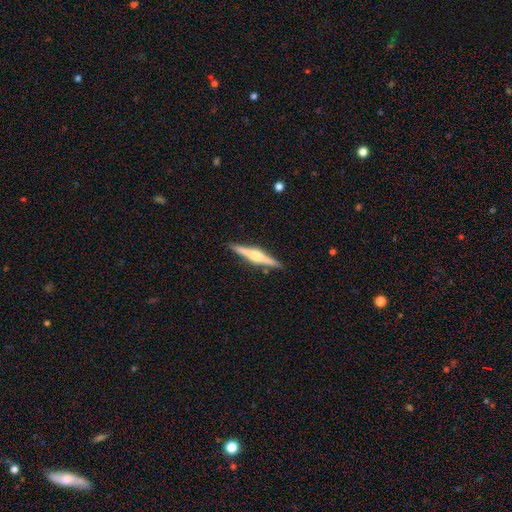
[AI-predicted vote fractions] smooth-or-featured: featured or disk: 71% | smooth: 23% | star or artifact: 5%
  disk-edge-on: yes: 98% | no: 2%
    edge-on-bulge: rounded: 85% | boxy: 10% | none: 5%
  merging: none: 90% | minor disturbance: 7% | major disturbance: 1% | merger: 1%